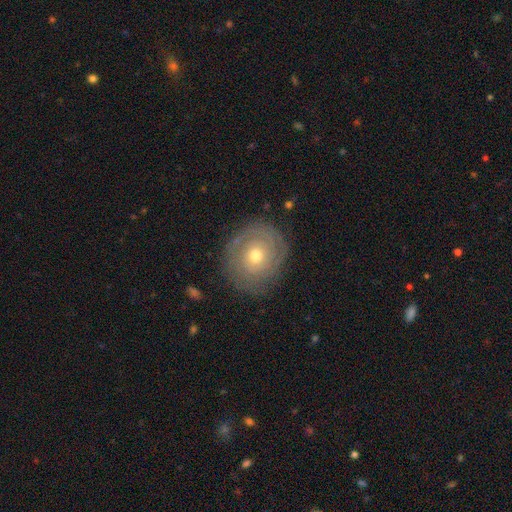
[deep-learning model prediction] Overall: featured or disk (64%; smooth 28%). Edge-on disk: no (96%). Bar: no (85%). Spiral arms: yes (76%). Bulge size: moderate (54%; small 41%). Merging: none (81%).